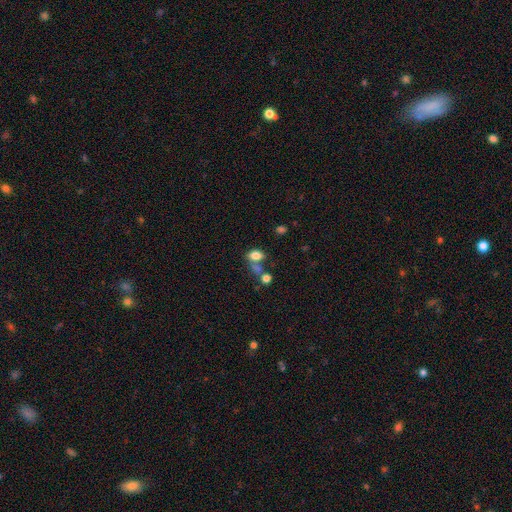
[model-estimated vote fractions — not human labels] smooth 78%, star or artifact 11%, featured or disk 10%. Down the decision tree: how rounded — in between (76%); merging — none (41%).